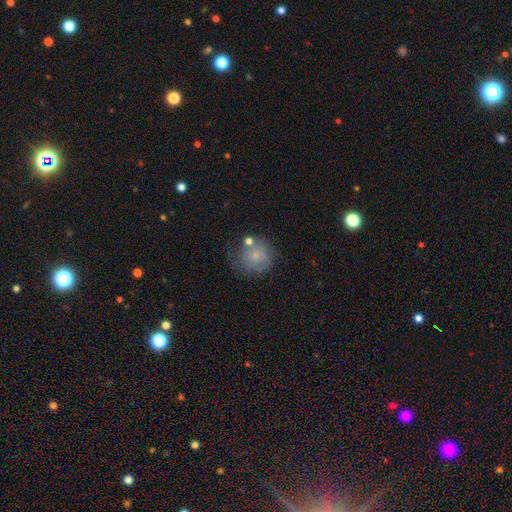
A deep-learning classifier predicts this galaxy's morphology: Smooth or featured: smooth — 68% (featured or disk — 22%)
How rounded: round — 88% (in between — 11%)
Merging: none — 54% (minor disturbance — 23%)